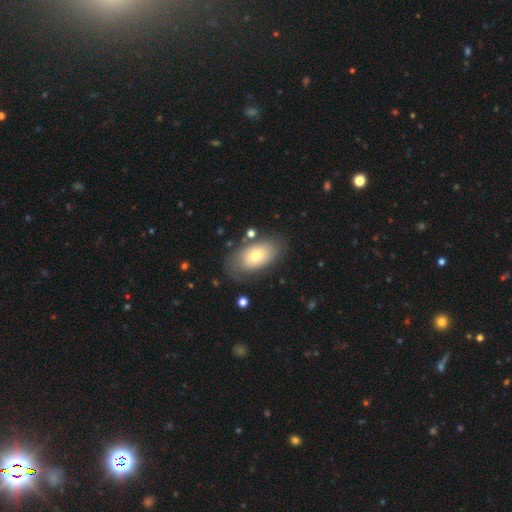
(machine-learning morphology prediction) A smooth galaxy with no disk features (59%) that is in between round and cigar-shaped (91%).

Vote fractions:
- Smooth or featured? smooth: 59% / featured or disk: 34% / star or artifact: 7%
- How rounded? in between: 91% / round: 7% / cigar-shaped: 2%
- Merging? none: 70% / minor disturbance: 19% / major disturbance: 8% / merger: 3%